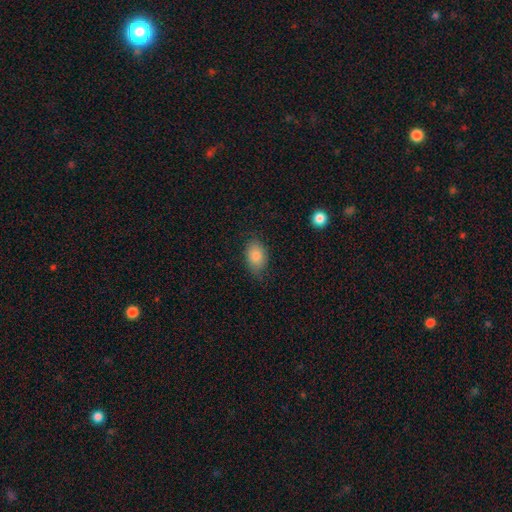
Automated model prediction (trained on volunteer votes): Smooth or featured: smooth — 83% (featured or disk — 8%)
How rounded: in between — 79% (round — 20%)
Merging: none — 79% (minor disturbance — 17%)